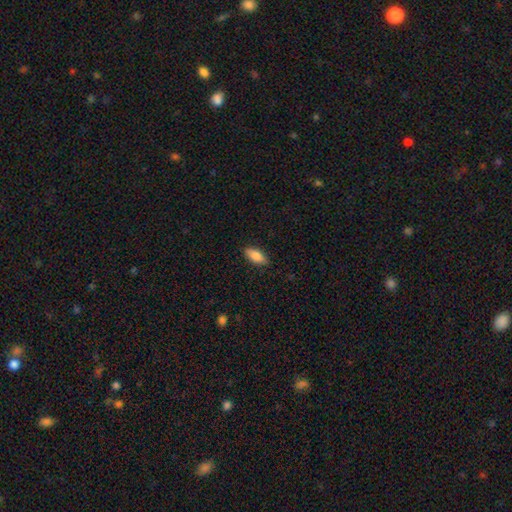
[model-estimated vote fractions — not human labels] Overall: smooth (83%). How rounded: in between (84%). Merging: none (87%).